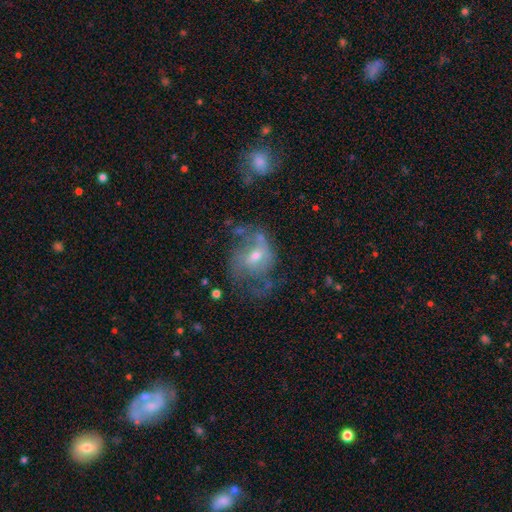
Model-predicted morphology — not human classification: This appears to be a featured or disk galaxy (66%) with no bar (53%), spiral arms (72%) and a moderate central bulge (54%). Merging: none (41%).